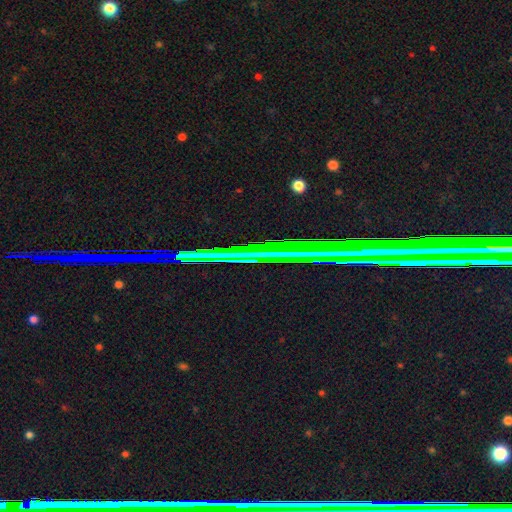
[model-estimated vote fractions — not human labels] The model was most divided on "smooth or featured": star or artifact: 77%, featured or disk: 14%, smooth: 9%.